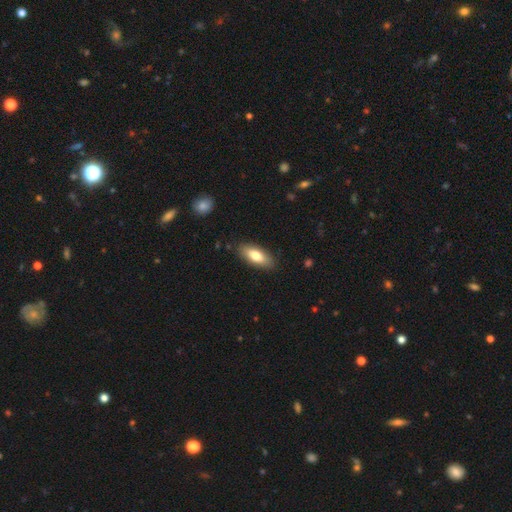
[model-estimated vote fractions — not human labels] This appears to be a smooth galaxy with no disk features (77%) that is in between round and cigar-shaped (81%). Merging: none (87%).